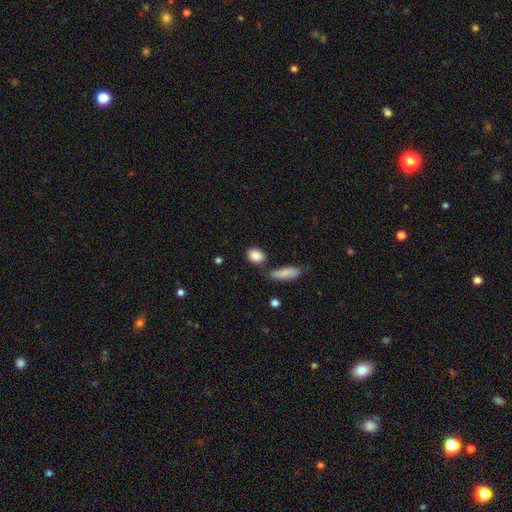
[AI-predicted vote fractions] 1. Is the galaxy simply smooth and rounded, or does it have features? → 87% smooth, 8% star or artifact, 6% featured or disk.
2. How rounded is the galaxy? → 54% in between, 43% round, 4% cigar-shaped.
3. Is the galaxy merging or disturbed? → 73% none, 14% minor disturbance, 10% merger, 4% major disturbance.